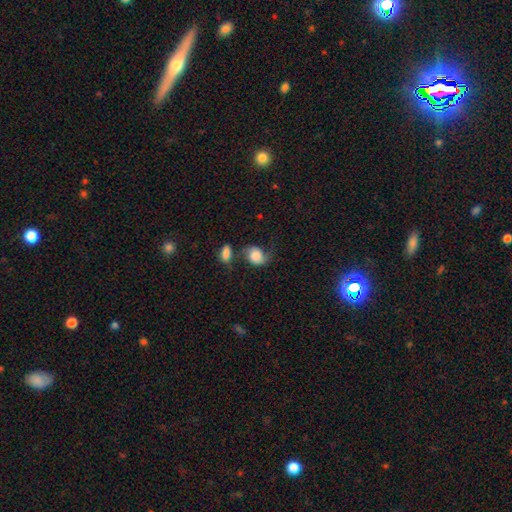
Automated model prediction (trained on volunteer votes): This is possibly a smooth galaxy (53%). How rounded: possibly in between (54%). Merging: marginally none (40%).